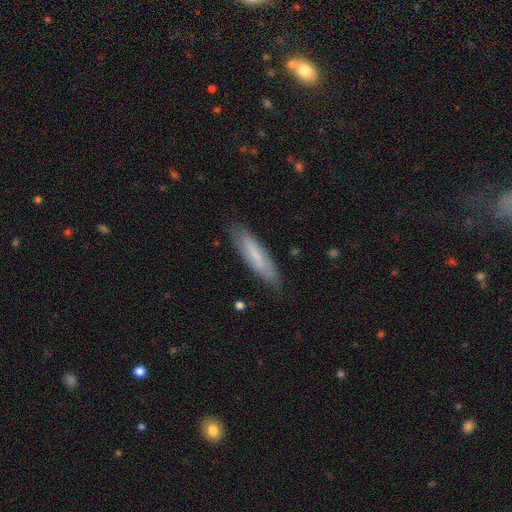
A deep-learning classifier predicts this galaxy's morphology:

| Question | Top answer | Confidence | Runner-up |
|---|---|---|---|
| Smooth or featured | smooth | 64% | featured or disk (30%) |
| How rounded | cigar-shaped | 76% | in between (23%) |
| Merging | none | 82% | minor disturbance (14%) |